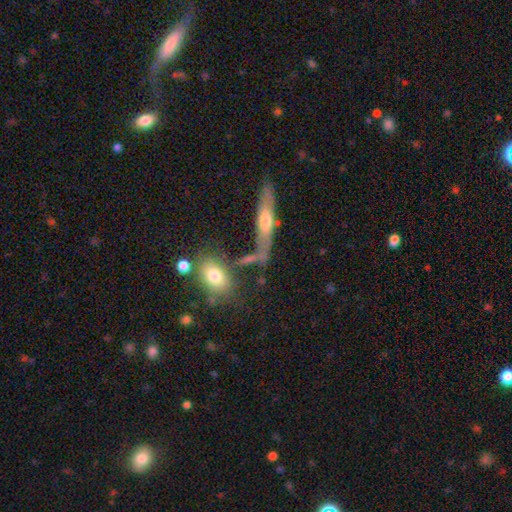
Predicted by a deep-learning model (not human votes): Overall: smooth (47%; featured or disk 41%). Merging: none (62%).